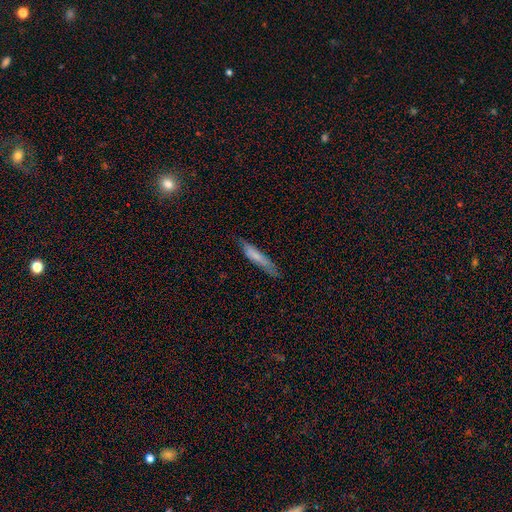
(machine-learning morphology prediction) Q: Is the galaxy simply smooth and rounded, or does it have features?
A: smooth — 69%.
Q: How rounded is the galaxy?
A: cigar-shaped — 88%.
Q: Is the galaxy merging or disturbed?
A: none — 71%.